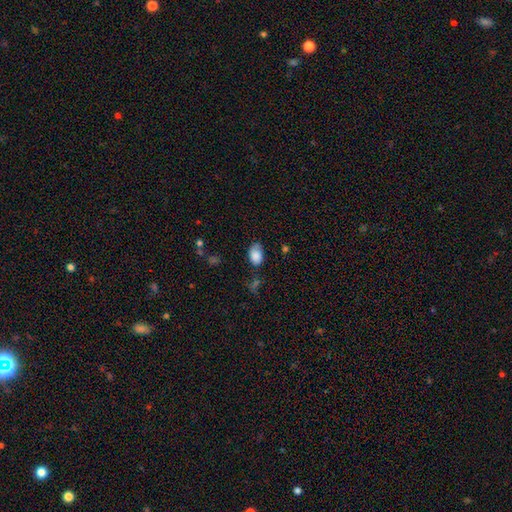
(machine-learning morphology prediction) Overall: smooth (84%). How rounded: in between (88%). Merging: none (57%; minor disturbance 31%).